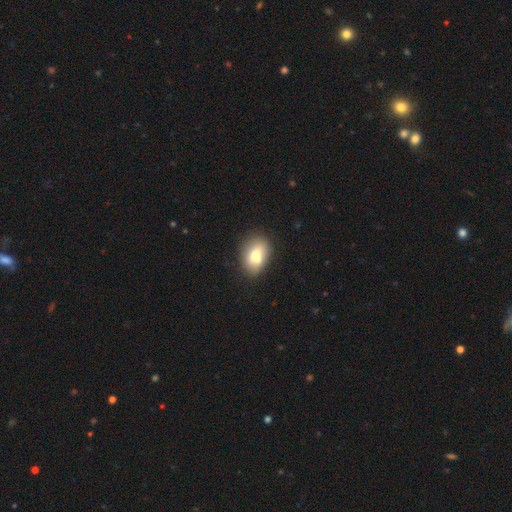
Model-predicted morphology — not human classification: A smooth galaxy with no disk features (72%) that is in between round and cigar-shaped (76%).

Vote fractions:
- Smooth or featured? smooth: 72% / featured or disk: 19% / star or artifact: 9%
- How rounded? in between: 76% / round: 22% / cigar-shaped: 2%
- Merging? none: 67% / minor disturbance: 19% / merger: 9% / major disturbance: 5%